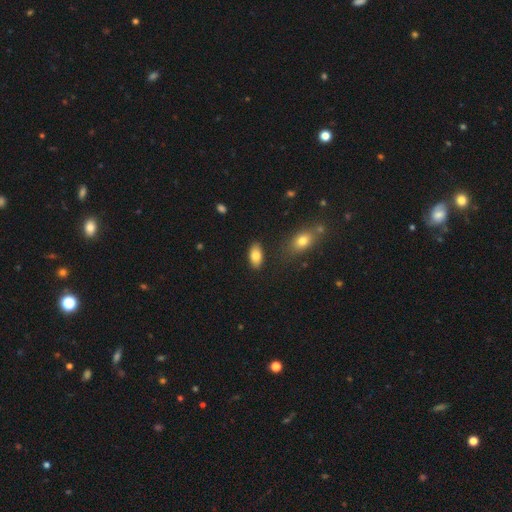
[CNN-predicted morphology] Smooth or featured?
  - smooth: 81% *
  - featured or disk: 12%
  - star or artifact: 7%
How rounded?
  - in between: 92% *
  - cigar-shaped: 5%
  - round: 4%
Merging?
  - none: 86% *
  - minor disturbance: 9%
  - merger: 3%
  - major disturbance: 2%